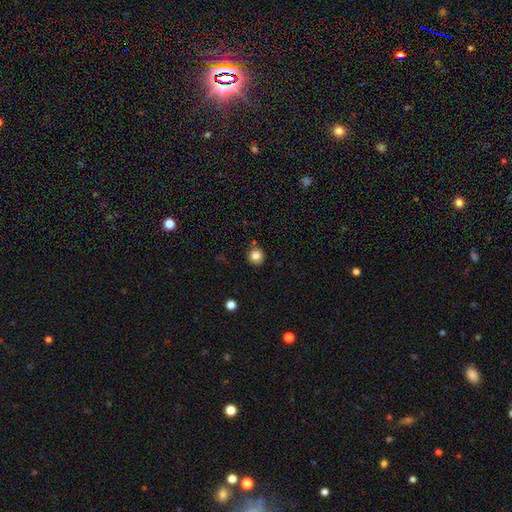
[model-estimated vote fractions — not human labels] Morphology: type=smooth (83%); roundness=round (91%); merging=none (85%).